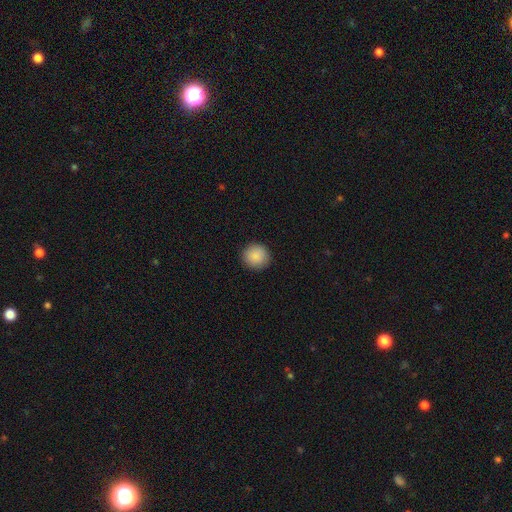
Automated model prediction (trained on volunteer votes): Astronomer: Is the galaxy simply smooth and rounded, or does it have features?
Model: smooth — 89%.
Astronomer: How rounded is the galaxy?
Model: round — 94%.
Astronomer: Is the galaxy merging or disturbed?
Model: none — 92%.